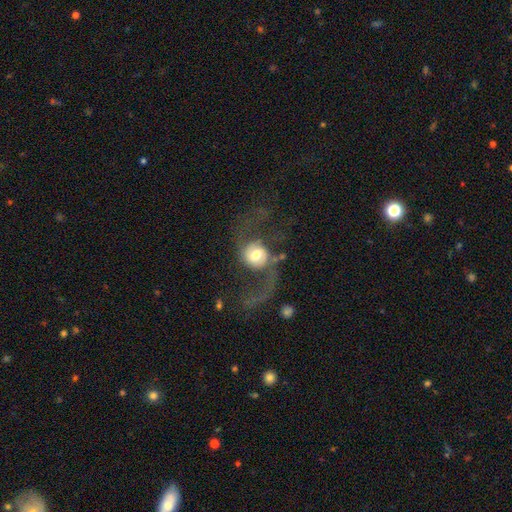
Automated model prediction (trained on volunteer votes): featured or disk 65%, smooth 27%, star or artifact 8%. Down the decision tree: edge-on disk — no (97%); bar — no (61%); spiral arms — yes (85%); spiral arm count — 2 (83%); spiral winding — loose (79%); bulge size — moderate (59%); merging — major disturbance (44%).